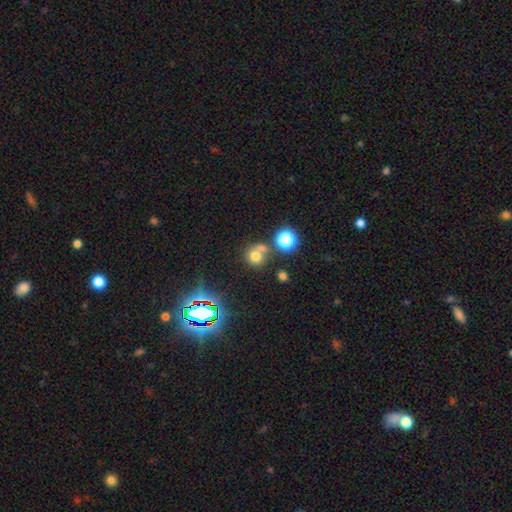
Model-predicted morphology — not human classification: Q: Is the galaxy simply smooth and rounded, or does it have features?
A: smooth — 68%.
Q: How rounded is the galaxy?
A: round — 85%.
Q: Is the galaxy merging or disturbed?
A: none — 51%.